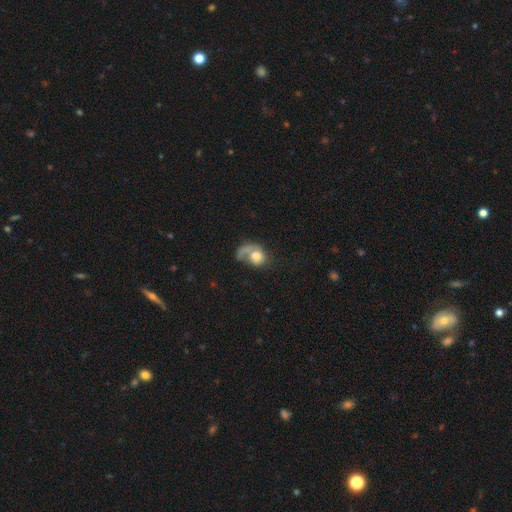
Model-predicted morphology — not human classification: type=smooth (49%); merging=major disturbance (44%).